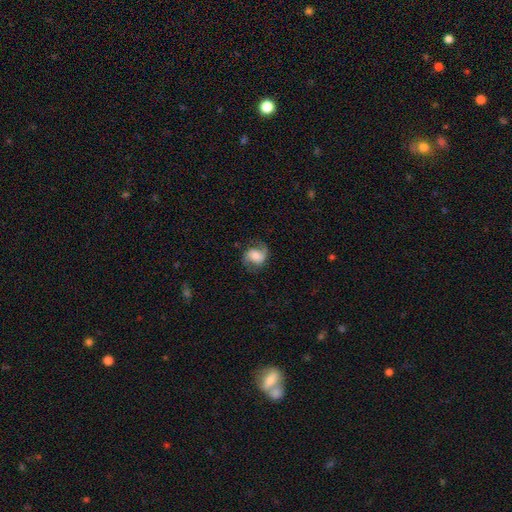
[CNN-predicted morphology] Smooth or featured?
  - featured or disk: 62% *
  - smooth: 30%
  - star or artifact: 9%
Edge-on disk?
  - no: 97% *
  - yes: 3%
Bar?
  - no: 51% *
  - weak: 36%
  - strong: 13%
Spiral arms?
  - yes: 92% *
  - no: 8%
Spiral winding?
  - medium: 44% *
  - loose: 39%
  - tight: 17%
Spiral arm count?
  - 2: 86% *
  - 1: 6%
  - can't tell: 5%
  - 3: 1%
  - 4: 1%
  - more than 4: 1%
Bulge size?
  - moderate: 40% *
  - small: 24%
  - large: 23%
  - none: 8%
  - dominant: 5%
Merging?
  - none: 72% *
  - minor disturbance: 18%
  - major disturbance: 9%
  - merger: 1%